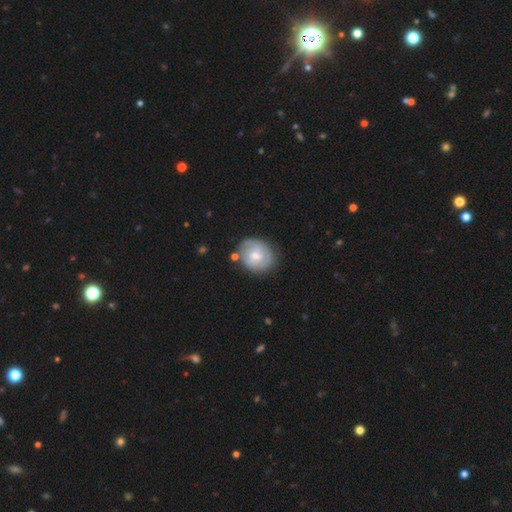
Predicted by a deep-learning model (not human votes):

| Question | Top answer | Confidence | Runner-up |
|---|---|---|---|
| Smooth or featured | featured or disk | 59% | smooth (35%) |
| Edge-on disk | no | 97% | yes (3%) |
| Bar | no | 47% | weak (46%) |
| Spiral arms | yes | 80% | no (20%) |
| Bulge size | moderate | 60% | small (33%) |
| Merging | none | 71% | minor disturbance (19%) |